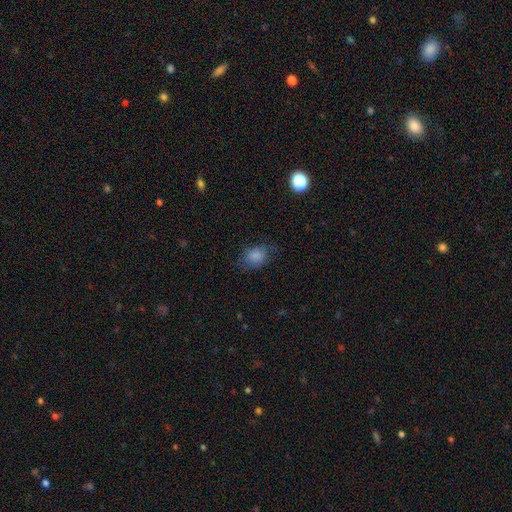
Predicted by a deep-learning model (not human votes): Overall: smooth (84%). How rounded: in between (64%; round 35%). Merging: none (66%).